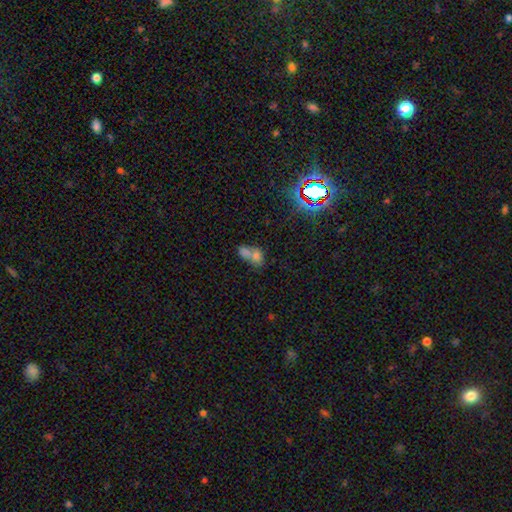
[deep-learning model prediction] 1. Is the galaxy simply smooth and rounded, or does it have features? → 70% smooth, 16% featured or disk, 13% star or artifact.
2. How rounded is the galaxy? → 68% in between, 30% round, 2% cigar-shaped.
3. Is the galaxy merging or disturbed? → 68% merger, 20% none, 7% minor disturbance, 5% major disturbance.